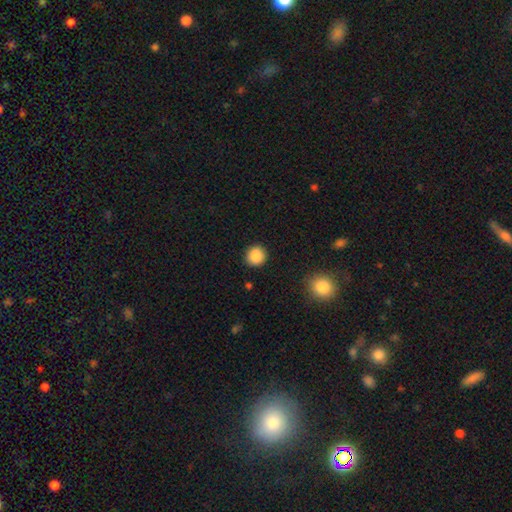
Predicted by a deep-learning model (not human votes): Morphology: type=smooth (88%); roundness=round (86%); merging=none (88%).